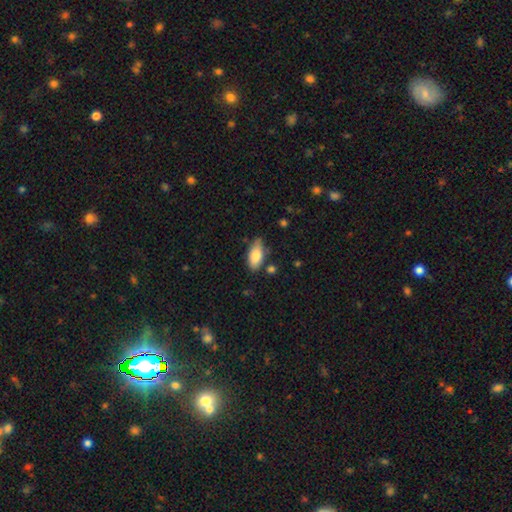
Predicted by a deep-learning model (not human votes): Morphology: type=smooth (82%); roundness=in between (88%); merging=none (71%).